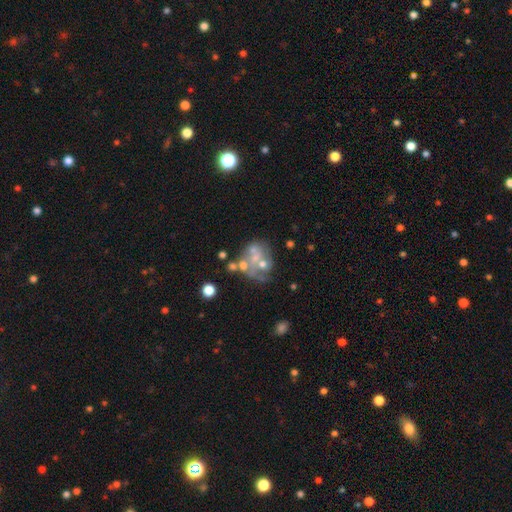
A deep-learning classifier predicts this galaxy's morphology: The model was most divided on "merging": merger: 34%, none: 29%, major disturbance: 22%, minor disturbance: 15%. Remaining: edge-on disk — no (98%); bar — no (91%); spiral arms — no (85%); smooth or featured — featured or disk (57%); bulge size — none (40%).